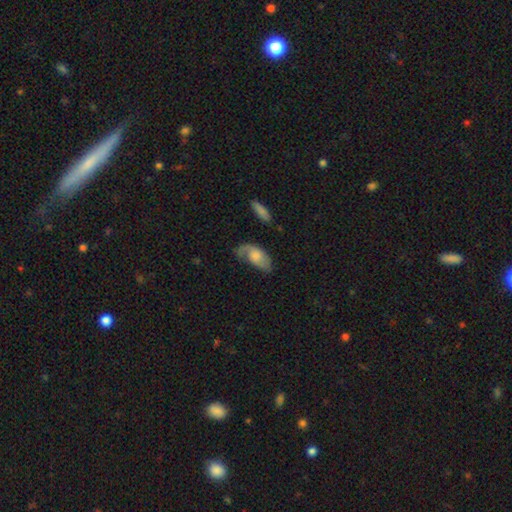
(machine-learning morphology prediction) type=smooth (49%); merging=none (43%).